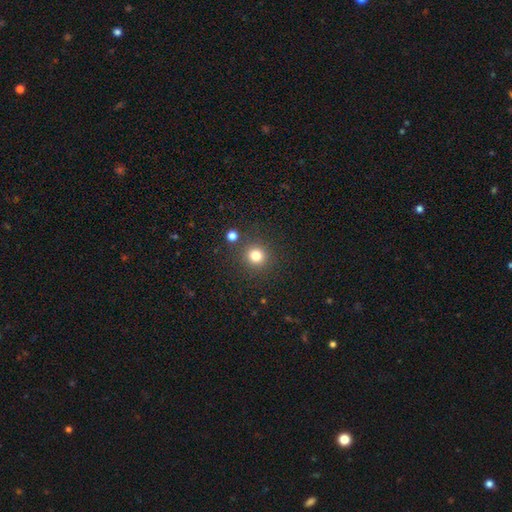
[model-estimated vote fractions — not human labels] Overall: smooth (80%). How rounded: round (92%). Merging: none (86%).